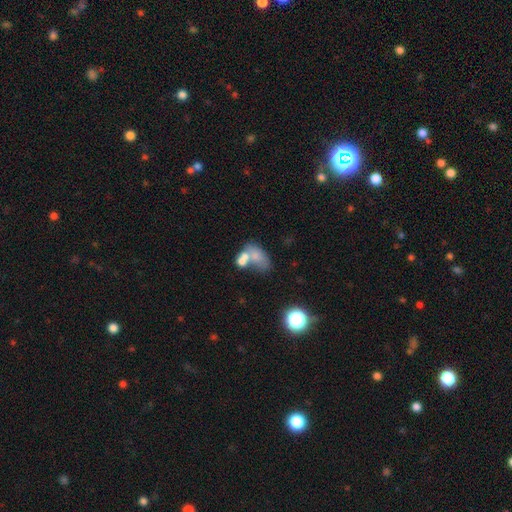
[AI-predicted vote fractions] This is likely a smooth galaxy (62%). How rounded: clearly in between (83%). Merging: possibly merger (56%).